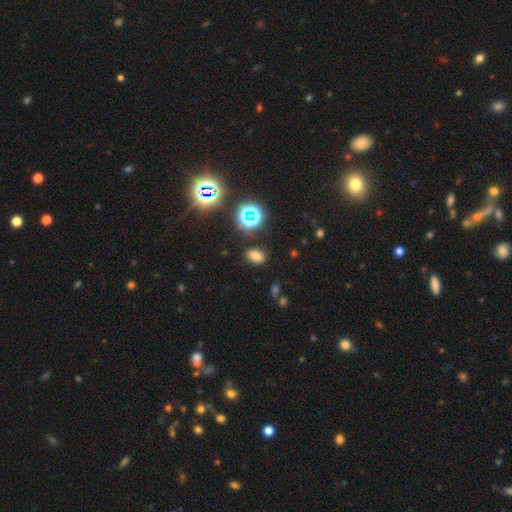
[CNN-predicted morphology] A smooth galaxy with no disk features (67%) that is in between round and cigar-shaped (77%).

Vote fractions:
- Smooth or featured? smooth: 67% / star or artifact: 24% / featured or disk: 9%
- How rounded? in between: 77% / round: 21% / cigar-shaped: 2%
- Merging? none: 85% / minor disturbance: 10% / major disturbance: 3% / merger: 3%